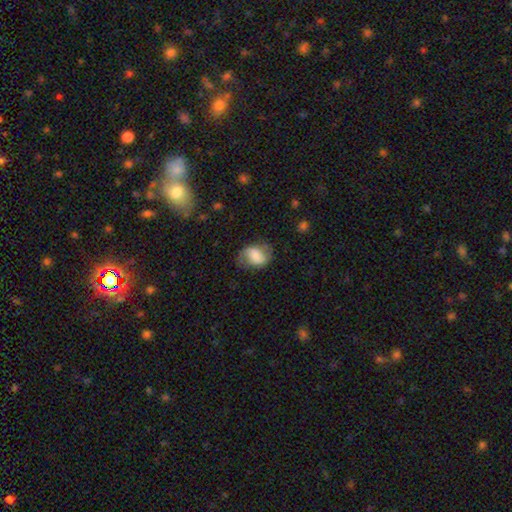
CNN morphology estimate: smooth 58%, featured or disk 34%, star or artifact 8%. Down the decision tree: how rounded — in between (69%); merging — none (61%).